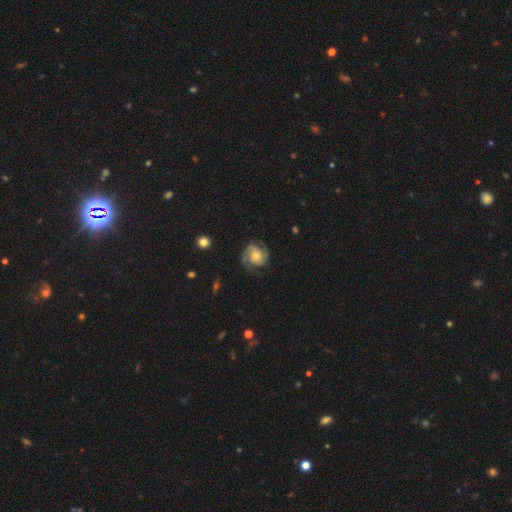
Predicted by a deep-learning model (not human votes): Smooth or featured: featured or disk — 83% (smooth — 11%)
Edge-on disk: no — 98% (yes — 2%)
Bar: no — 73% (weak — 22%)
Spiral arms: yes — 97% (no — 3%)
Spiral winding: tight — 50% (medium — 41%)
Spiral arm count: 2 — 69% (3 — 16%)
Bulge size: moderate — 54% (small — 37%)
Merging: none — 77% (minor disturbance — 15%)